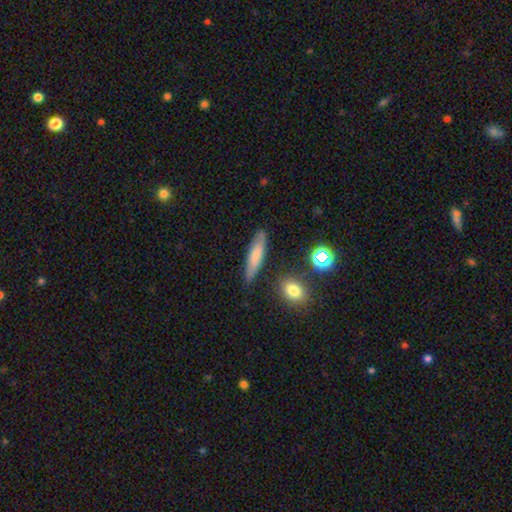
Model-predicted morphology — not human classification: smooth_or_featured: smooth (p=0.71) [alt: featured or disk p=0.21]
how_rounded: cigar-shaped (p=0.77) [alt: in between p=0.21]
merging: none (p=0.82) [alt: minor disturbance p=0.12]